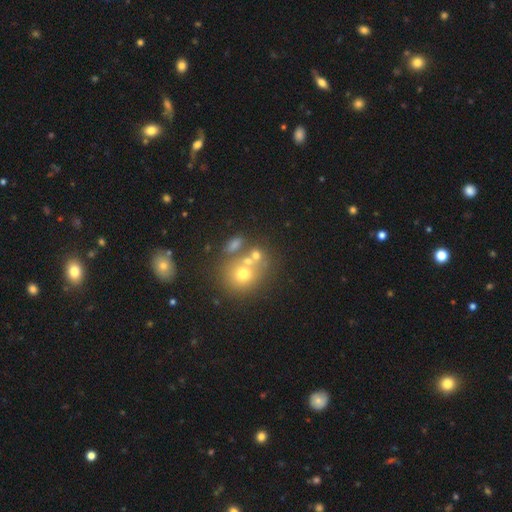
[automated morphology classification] Overall: smooth (60%; featured or disk 23%). How rounded: round (73%). Merging: none (42%; merger 41%).